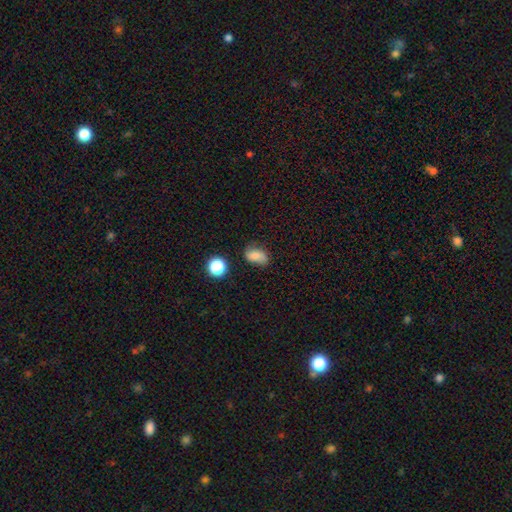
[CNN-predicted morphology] Smooth or featured? Predicted: smooth (p=0.70). How rounded? Predicted: in between (p=0.82). Merging? Predicted: none (p=0.59).